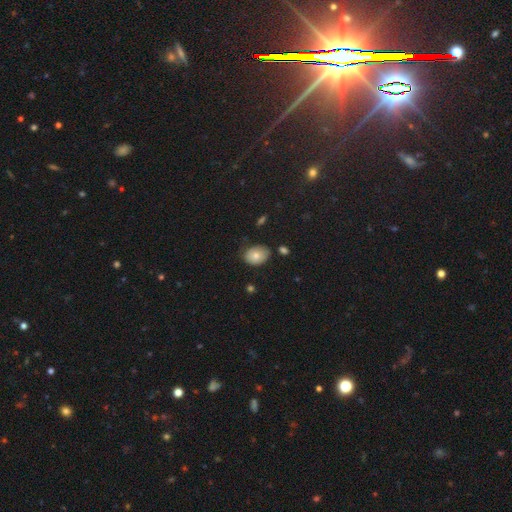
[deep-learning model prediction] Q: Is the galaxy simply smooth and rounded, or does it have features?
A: smooth — 76%.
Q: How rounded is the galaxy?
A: in between — 68%.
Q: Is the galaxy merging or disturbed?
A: none — 72%.